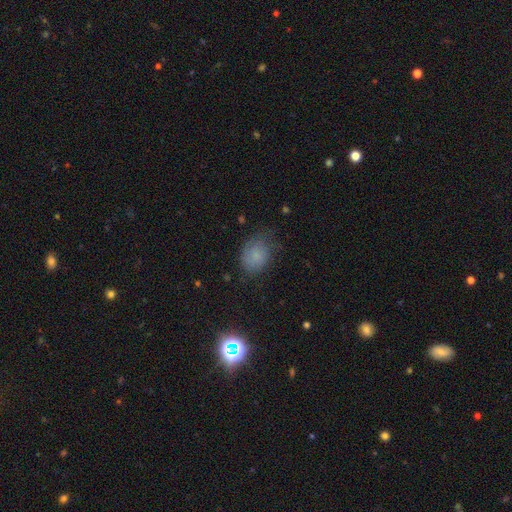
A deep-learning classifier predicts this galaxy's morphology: Smooth or featured? smooth (75%)
How rounded? in between (53%)
Merging? none (65%)